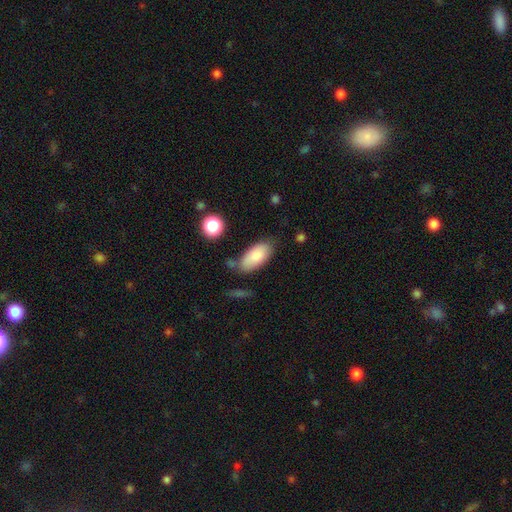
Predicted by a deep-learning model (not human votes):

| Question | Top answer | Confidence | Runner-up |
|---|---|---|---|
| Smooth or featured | smooth | 85% | featured or disk (8%) |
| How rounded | in between | 90% | cigar-shaped (8%) |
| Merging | none | 68% | minor disturbance (19%) |